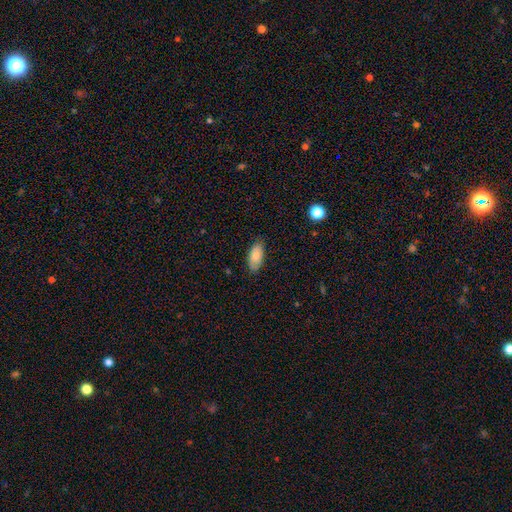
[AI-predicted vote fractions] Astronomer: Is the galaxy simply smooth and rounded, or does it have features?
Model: smooth — 82%.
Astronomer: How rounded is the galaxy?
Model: in between — 91%.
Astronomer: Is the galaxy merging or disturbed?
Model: none — 82%.